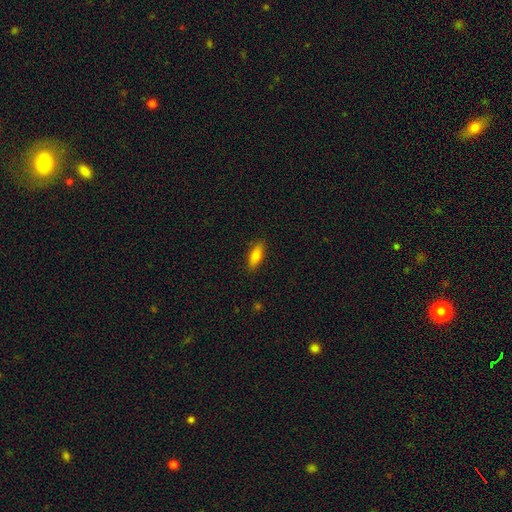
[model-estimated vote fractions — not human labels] Smooth or featured? Predicted: smooth (p=0.77). How rounded? Predicted: in between (p=0.61). Merging? Predicted: none (p=0.87).